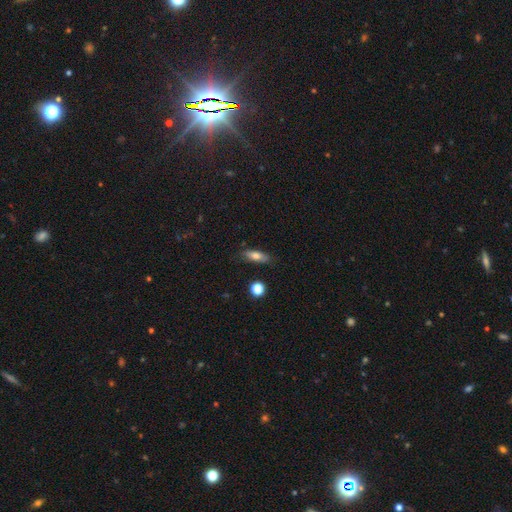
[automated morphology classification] Overall: smooth (71%). How rounded: in between (56%; cigar-shaped 40%). Merging: none (81%).